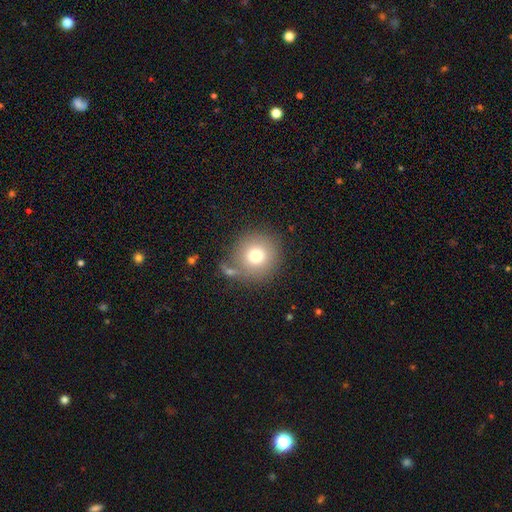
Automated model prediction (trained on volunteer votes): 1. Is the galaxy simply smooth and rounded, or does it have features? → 75% smooth, 14% featured or disk, 12% star or artifact.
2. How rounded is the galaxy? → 94% round, 5% in between, 1% cigar-shaped.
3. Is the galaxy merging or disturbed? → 73% none, 12% minor disturbance, 9% merger, 6% major disturbance.